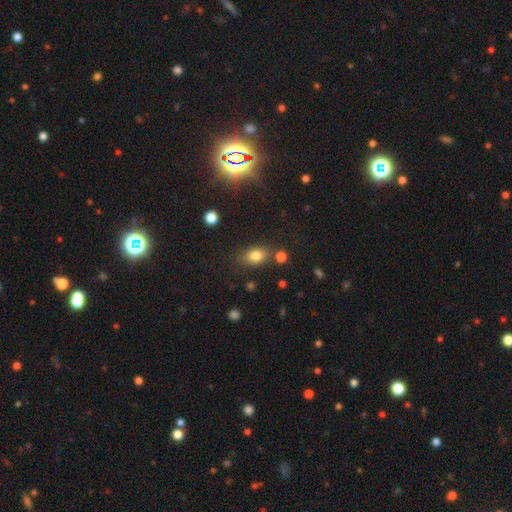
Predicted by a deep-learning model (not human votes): This appears to be a smooth galaxy with no disk features (80%) that is in between round and cigar-shaped (73%). Merging: none (73%).